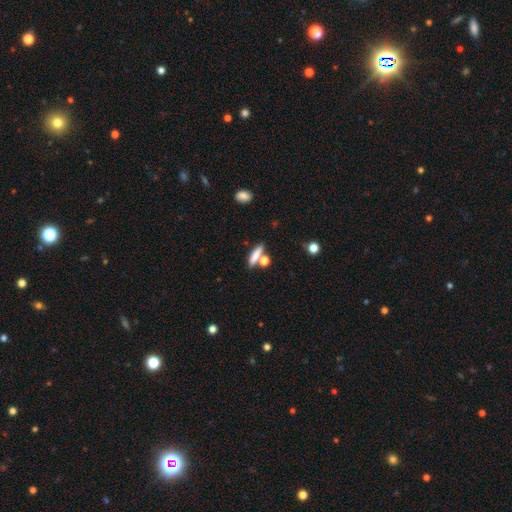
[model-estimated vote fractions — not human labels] A smooth galaxy with no disk features (73%) that is cigar-shaped (62%).

Vote fractions:
- Smooth or featured? smooth: 73% / featured or disk: 18% / star or artifact: 9%
- How rounded? cigar-shaped: 62% / in between: 28% / round: 9%
- Merging? none: 62% / merger: 23% / minor disturbance: 11% / major disturbance: 4%